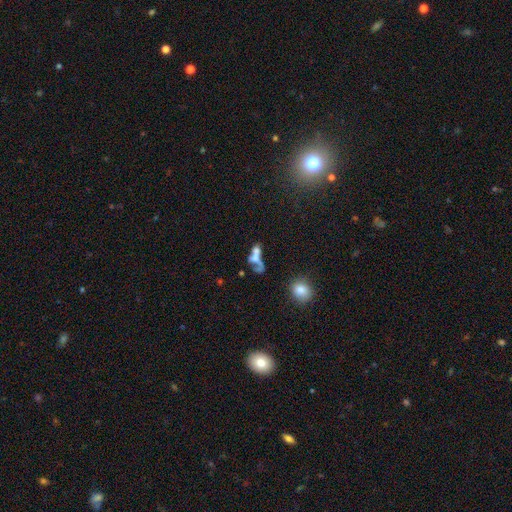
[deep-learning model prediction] A smooth galaxy with no disk features (48%).

Vote fractions:
- Smooth or featured? smooth: 48% / featured or disk: 36% / star or artifact: 16%
- Merging? merger: 56% / none: 19% / major disturbance: 16% / minor disturbance: 8%